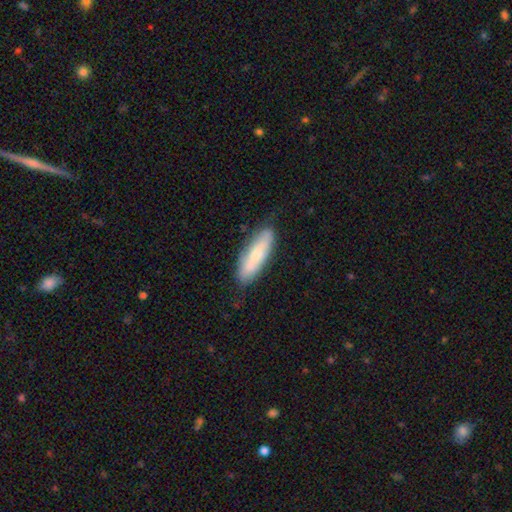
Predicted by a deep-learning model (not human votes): Smooth or featured? smooth (61%)
How rounded? cigar-shaped (51%)
Merging? none (74%)